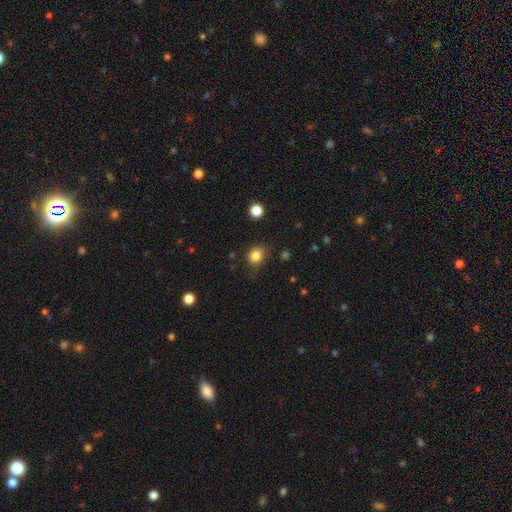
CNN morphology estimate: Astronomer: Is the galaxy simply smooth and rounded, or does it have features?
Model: smooth — 82%.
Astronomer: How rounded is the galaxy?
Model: round — 61% (runner-up: in between, 38%).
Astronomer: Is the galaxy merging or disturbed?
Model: none — 71%.